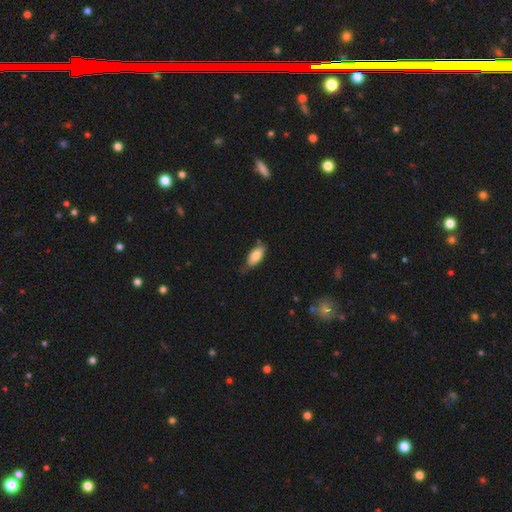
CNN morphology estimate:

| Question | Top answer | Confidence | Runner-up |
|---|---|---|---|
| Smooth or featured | smooth | 79% | featured or disk (14%) |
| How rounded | in between | 86% | cigar-shaped (12%) |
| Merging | none | 64% | minor disturbance (29%) |